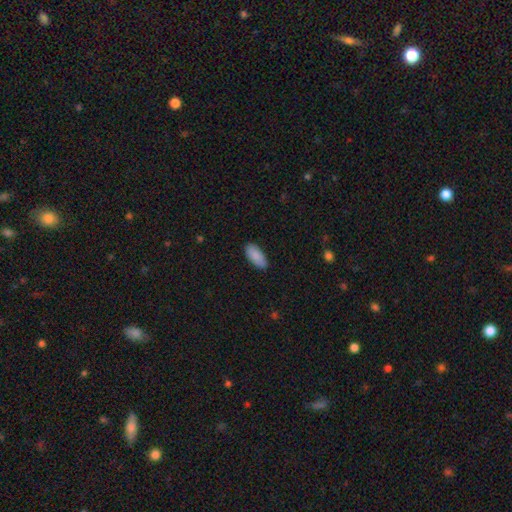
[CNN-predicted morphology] Smooth or featured?
  - smooth: 89% *
  - star or artifact: 6%
  - featured or disk: 5%
How rounded?
  - in between: 89% *
  - cigar-shaped: 10%
  - round: 2%
Merging?
  - none: 88% *
  - minor disturbance: 9%
  - major disturbance: 2%
  - merger: 1%